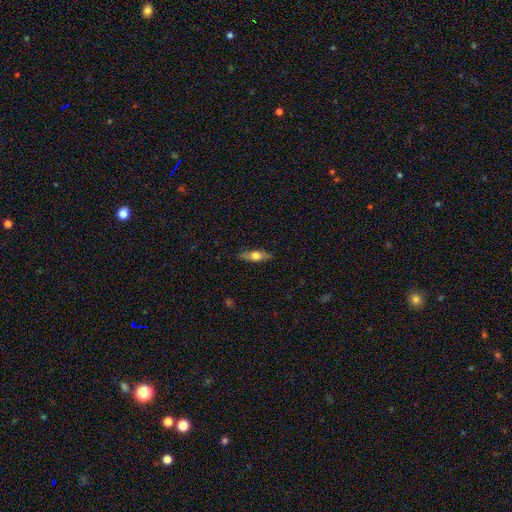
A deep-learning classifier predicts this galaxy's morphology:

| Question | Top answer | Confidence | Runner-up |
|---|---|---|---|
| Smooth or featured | smooth | 50% | featured or disk (44%) |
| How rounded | cigar-shaped | 49% | in between (47%) |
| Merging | none | 86% | minor disturbance (10%) |